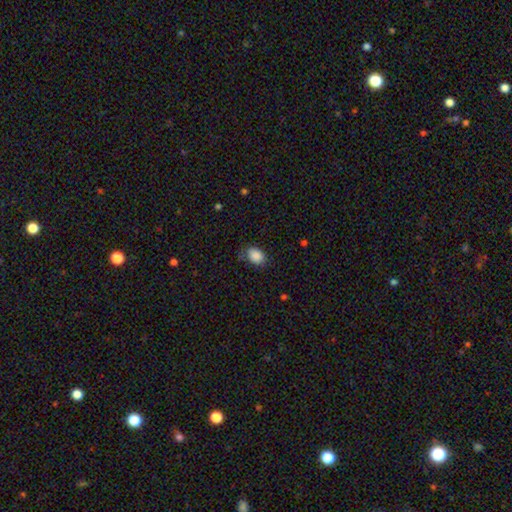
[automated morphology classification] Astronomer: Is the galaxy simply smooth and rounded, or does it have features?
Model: smooth — 88%.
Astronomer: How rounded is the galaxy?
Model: in between — 71%.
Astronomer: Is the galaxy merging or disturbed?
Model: none — 73%.